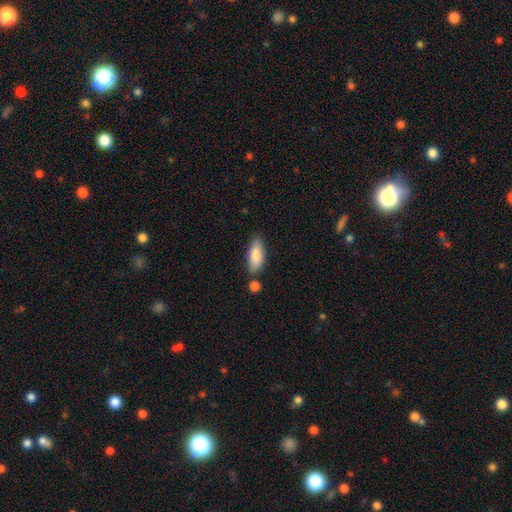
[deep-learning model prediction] Smooth or featured: smooth — 84% (featured or disk — 10%)
How rounded: in between — 76% (cigar-shaped — 22%)
Merging: none — 71% (minor disturbance — 16%)